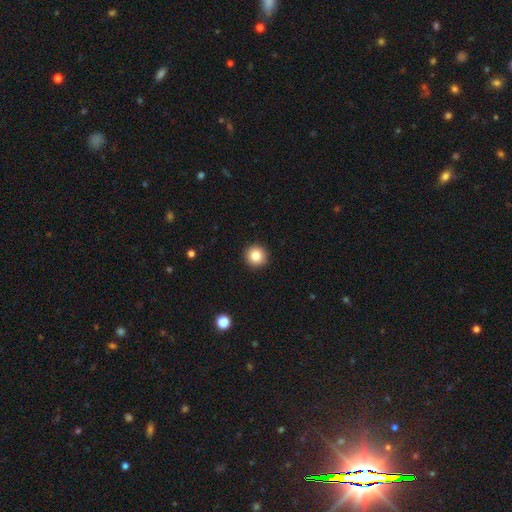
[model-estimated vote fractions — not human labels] smooth 84%, star or artifact 10%, featured or disk 7%. Down the decision tree: how rounded — round (96%); merging — none (93%).